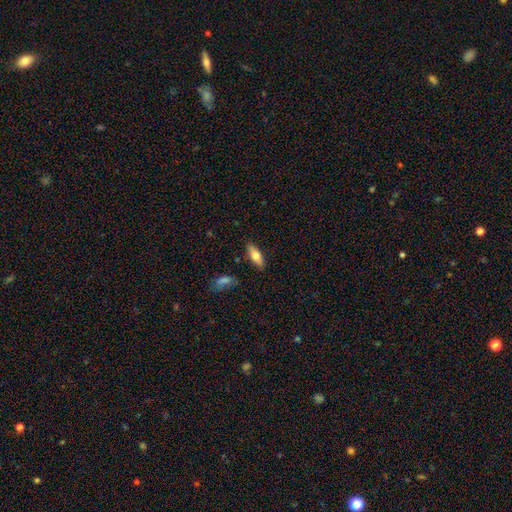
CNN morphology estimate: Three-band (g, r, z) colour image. It shows a smooth galaxy with no disk features (73%) that is in between round and cigar-shaped (69%). Merging: none (85%).